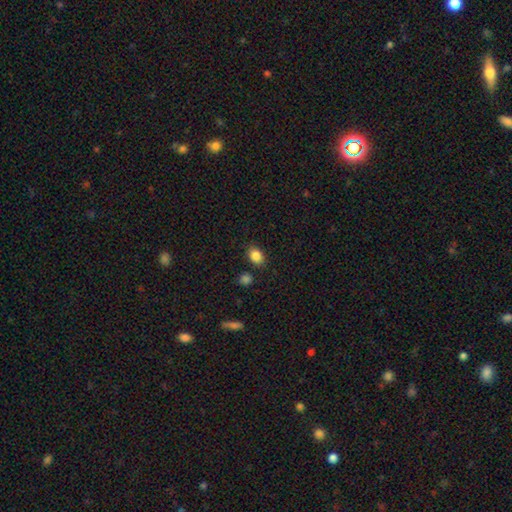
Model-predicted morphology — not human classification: smooth-or-featured: smooth: 85% | star or artifact: 10% | featured or disk: 5%
  how-rounded: in between: 65% | round: 34% | cigar-shaped: 1%
  merging: none: 84% | minor disturbance: 10% | merger: 4% | major disturbance: 3%